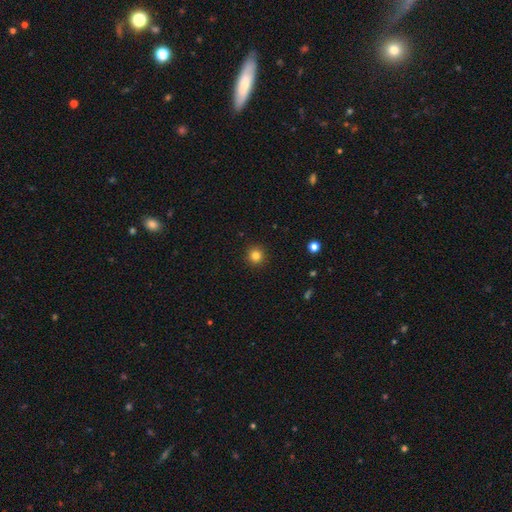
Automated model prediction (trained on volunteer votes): smooth-or-featured: smooth: 82% | star or artifact: 13% | featured or disk: 5%
  how-rounded: round: 95% | in between: 4% | cigar-shaped: 1%
  merging: none: 93% | minor disturbance: 5% | major disturbance: 2% | merger: 1%